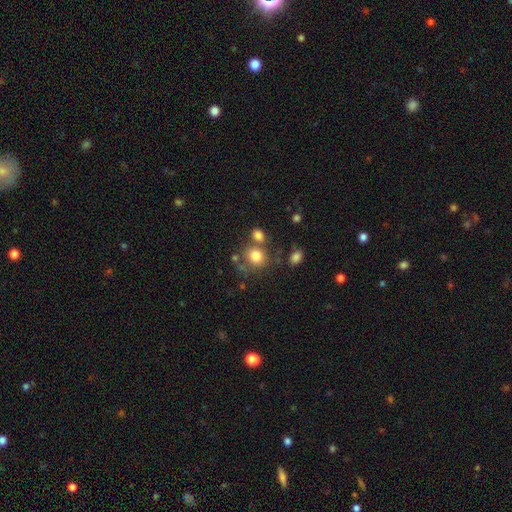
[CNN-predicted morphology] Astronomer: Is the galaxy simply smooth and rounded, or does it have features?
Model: smooth — 78%.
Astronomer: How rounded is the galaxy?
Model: round — 76%.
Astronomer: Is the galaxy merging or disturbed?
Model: none — 58%.